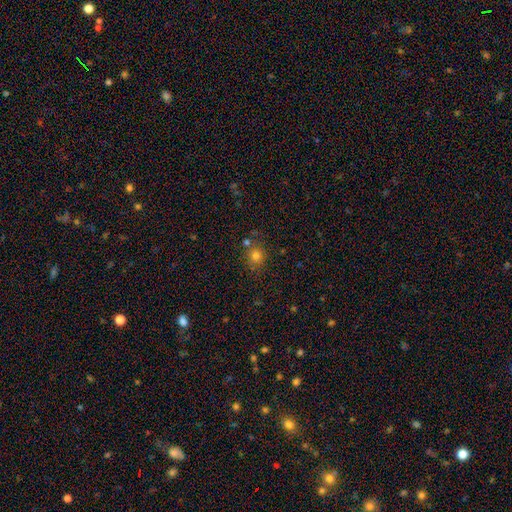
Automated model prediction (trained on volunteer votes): The model was most divided on "smooth or featured": smooth: 76%, star or artifact: 16%, featured or disk: 7%. More confident: how rounded — round (81%); merging — none (75%).